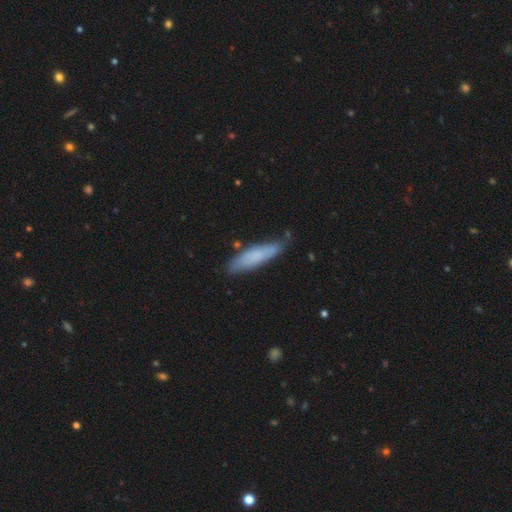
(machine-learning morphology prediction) Smooth or featured: smooth — 71% (featured or disk — 22%)
How rounded: cigar-shaped — 77% (in between — 21%)
Merging: none — 75% (minor disturbance — 19%)